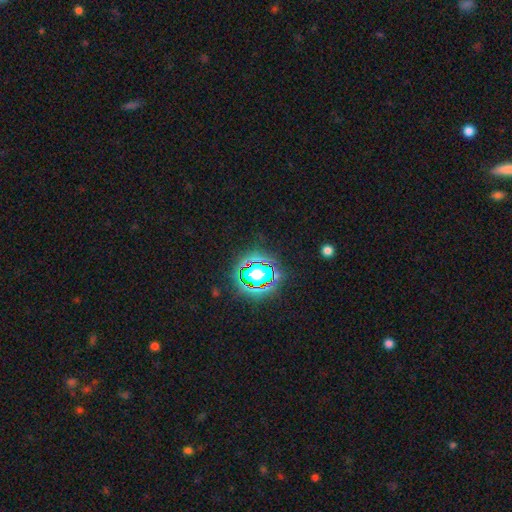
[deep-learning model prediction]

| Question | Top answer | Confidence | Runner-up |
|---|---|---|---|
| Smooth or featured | star or artifact | 79% | smooth (13%) |